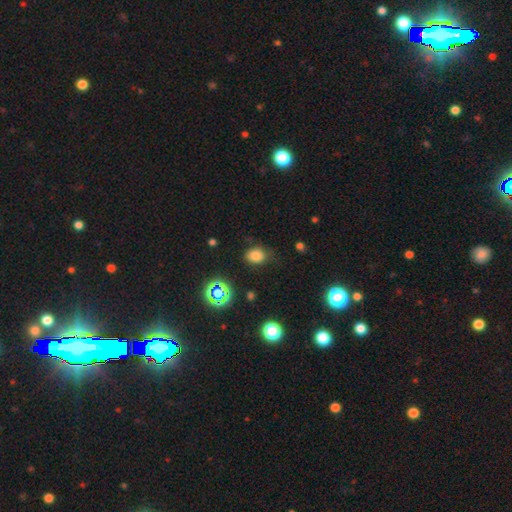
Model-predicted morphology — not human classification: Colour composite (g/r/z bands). It shows a smooth galaxy with no disk features (78%) that is in between round and cigar-shaped (59%). Merging: none (73%).